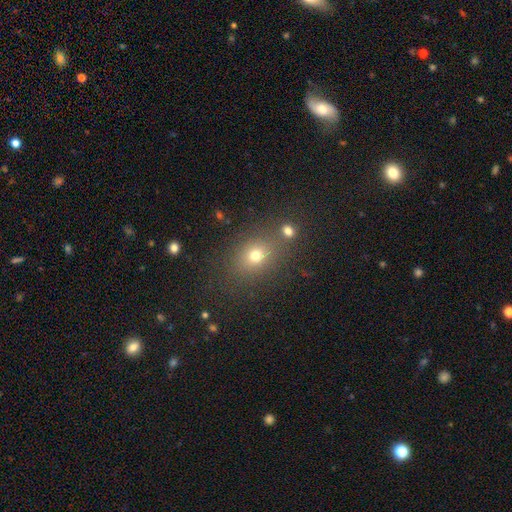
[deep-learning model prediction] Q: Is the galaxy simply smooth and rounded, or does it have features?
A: smooth — 69%.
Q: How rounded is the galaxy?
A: in between — 50%.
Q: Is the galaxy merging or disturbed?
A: none — 73%.